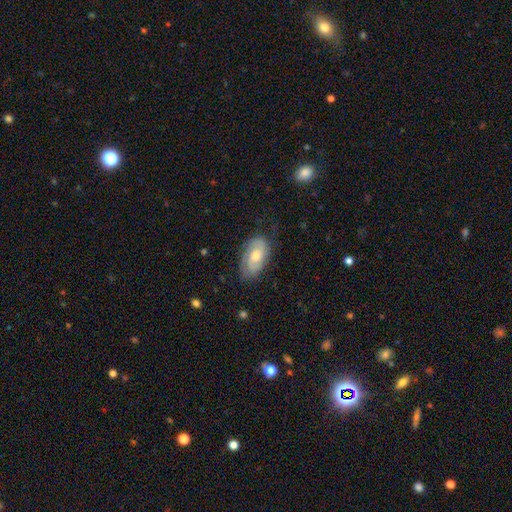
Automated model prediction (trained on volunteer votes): Smooth or featured: featured or disk — 55% (smooth — 37%)
Edge-on disk: no — 92% (yes — 8%)
Bar: no — 66% (weak — 29%)
Spiral arms: yes — 82% (no — 18%)
Bulge size: moderate — 66% (small — 23%)
Merging: none — 72% (minor disturbance — 21%)